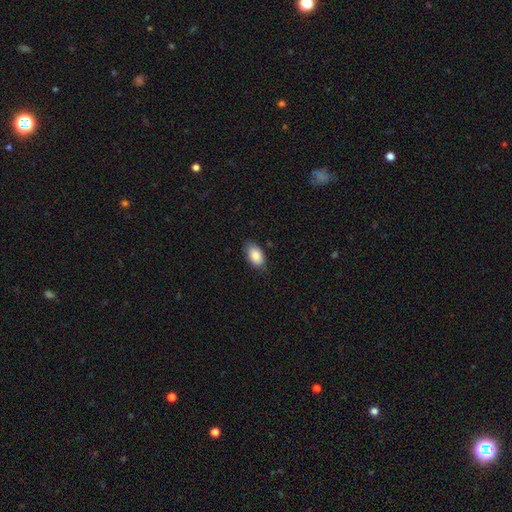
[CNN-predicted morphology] This is clearly a smooth galaxy (86%). How rounded: clearly in between (93%). Merging: likely none (77%).